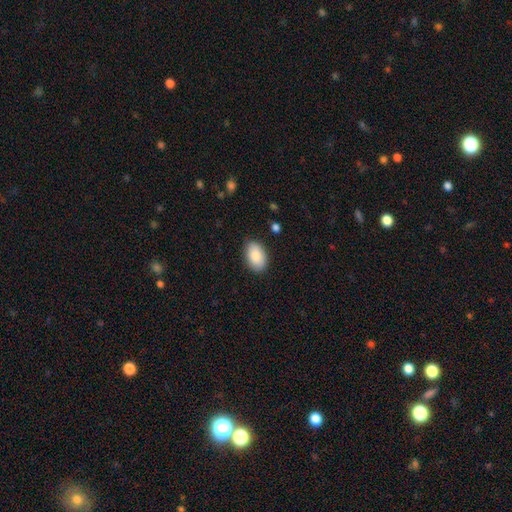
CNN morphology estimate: Smooth or featured? smooth (86%)
How rounded? in between (92%)
Merging? none (85%)